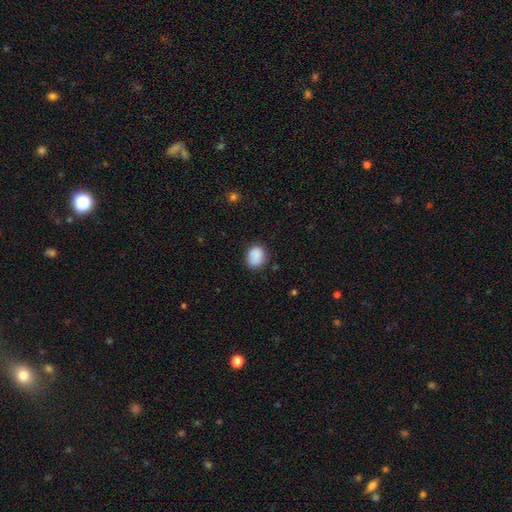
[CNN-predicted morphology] Smooth or featured? Predicted: smooth (p=0.88). How rounded? Predicted: round (p=0.56). Merging? Predicted: none (p=0.79).